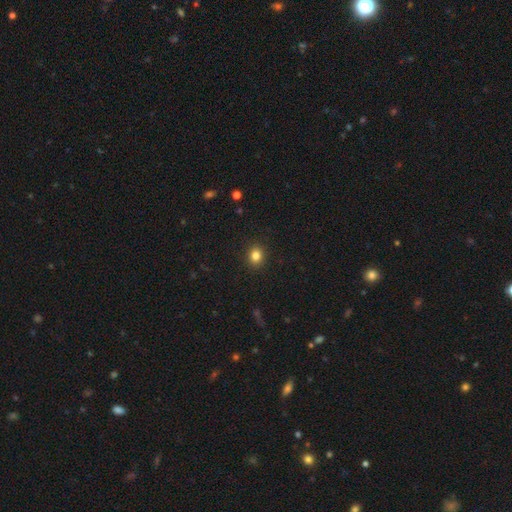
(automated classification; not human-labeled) Smooth or featured? smooth (84%)
How rounded? round (69%)
Merging? none (91%)